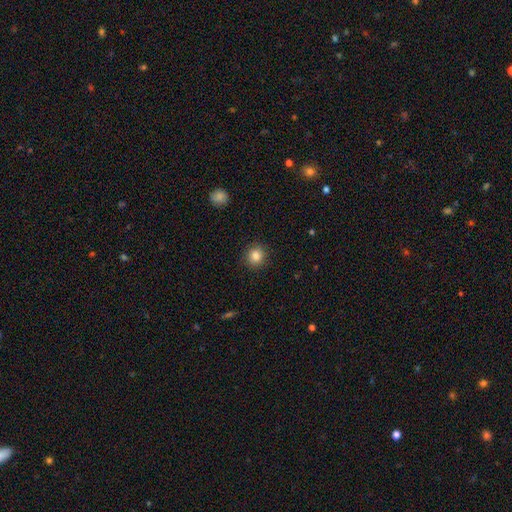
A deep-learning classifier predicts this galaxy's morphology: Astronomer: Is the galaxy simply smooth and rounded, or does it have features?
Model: smooth — 84%.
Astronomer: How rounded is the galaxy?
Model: round — 89%.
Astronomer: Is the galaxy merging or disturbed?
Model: none — 90%.